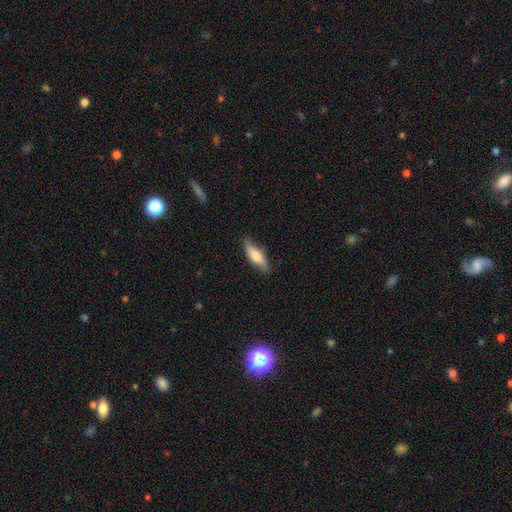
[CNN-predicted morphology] This is likely a smooth galaxy (63%). How rounded: possibly cigar-shaped (53%). Merging: likely none (79%).